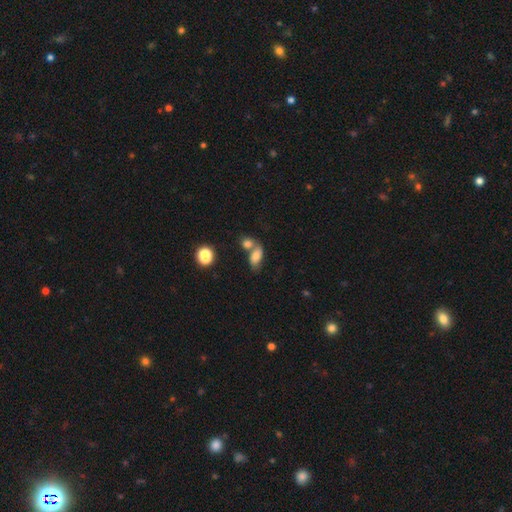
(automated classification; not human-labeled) Morphology: type=smooth (74%); roundness=in between (85%); merging=merger (43%).